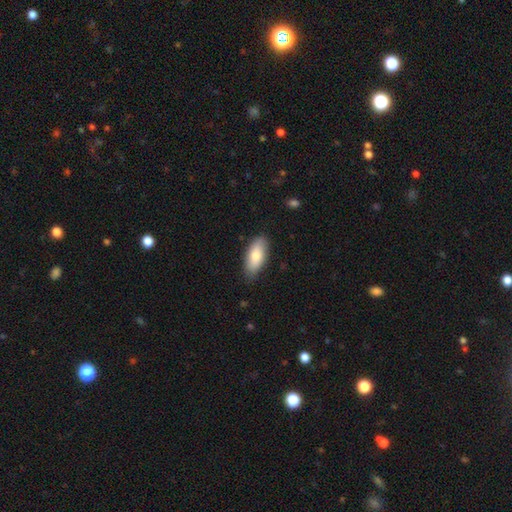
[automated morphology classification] The model was most divided on "smooth or featured": smooth: 79%, featured or disk: 15%, star or artifact: 6%. More confident: how rounded — in between (86%); merging — none (83%).